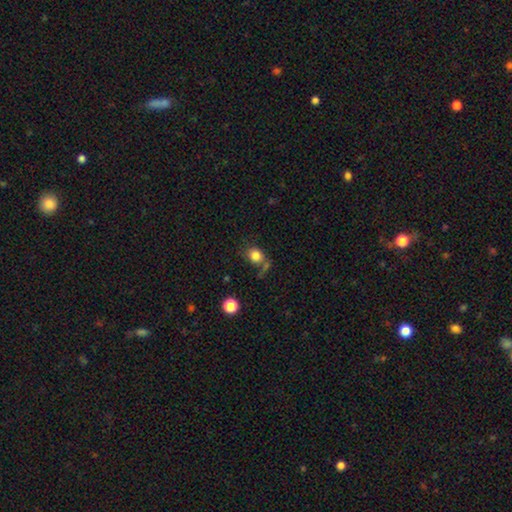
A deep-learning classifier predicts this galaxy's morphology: Smooth or featured? Predicted: smooth (p=0.82). How rounded? Predicted: round (p=0.66). Merging? Predicted: none (p=0.58).